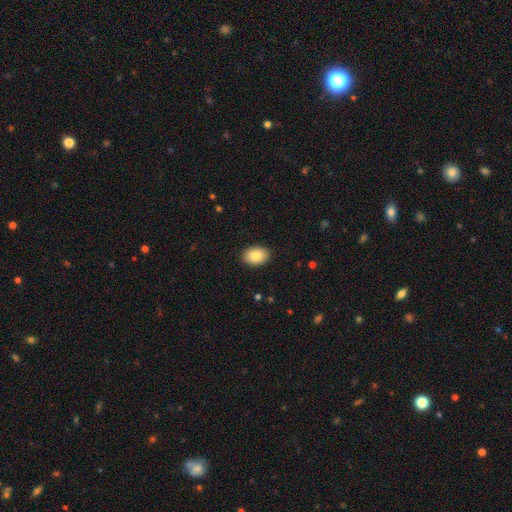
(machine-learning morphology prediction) A smooth galaxy with no disk features (87%) that is in between round and cigar-shaped (81%).

Vote fractions:
- Smooth or featured? smooth: 87% / star or artifact: 7% / featured or disk: 6%
- How rounded? in between: 81% / round: 18% / cigar-shaped: 1%
- Merging? none: 90% / minor disturbance: 7% / major disturbance: 2% / merger: 1%